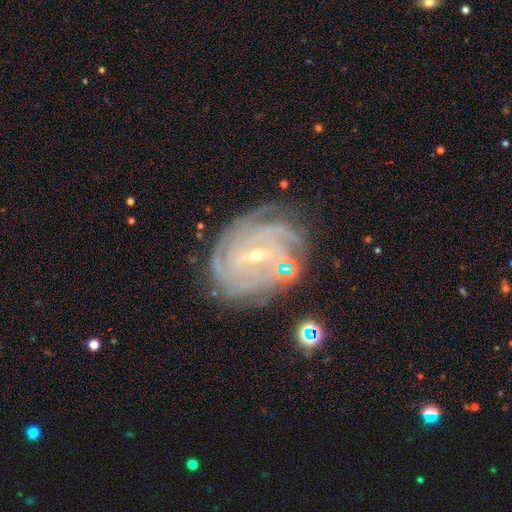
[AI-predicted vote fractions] smooth-or-featured: featured or disk: 90% | star or artifact: 6% | smooth: 4%
  disk-edge-on: no: 97% | yes: 3%
    bar: weak: 48% | strong: 26% | no: 26%
    has-spiral-arms: yes: 98% | no: 2%
      spiral-winding: tight: 78% | medium: 19% | loose: 3%
      spiral-arm-count: 4: 36% | more than 4: 20% | can't tell: 17% | 3: 14% | 2: 7% | 1: 6%
    bulge-size: small: 73% | moderate: 24% | none: 1% | large: 1% | dominant: 1%
  merging: none: 73% | minor disturbance: 17% | major disturbance: 6% | merger: 4%